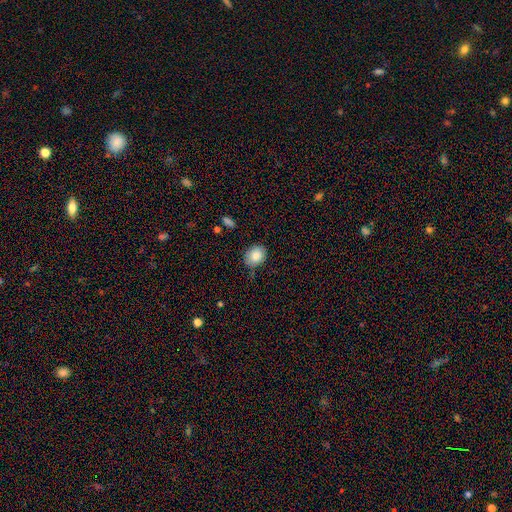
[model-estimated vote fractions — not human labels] Smooth or featured: smooth — 84% (star or artifact — 8%)
How rounded: round — 55% (in between — 44%)
Merging: none — 75% (minor disturbance — 20%)